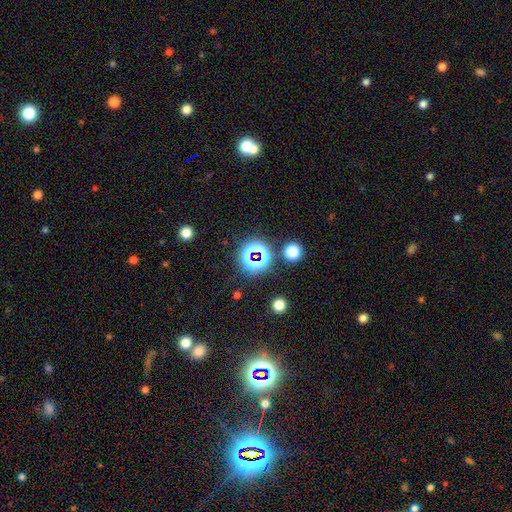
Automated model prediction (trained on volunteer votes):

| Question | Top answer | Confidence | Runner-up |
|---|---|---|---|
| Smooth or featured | star or artifact | 61% | smooth (29%) |